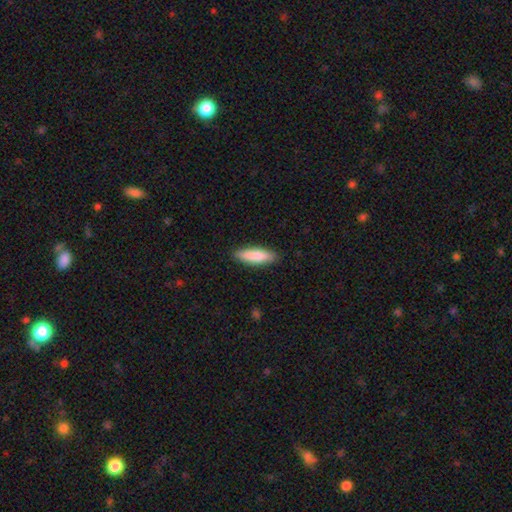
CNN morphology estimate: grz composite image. It shows a smooth galaxy with no disk features (82%) that is cigar-shaped (61%). Merging: none (88%).